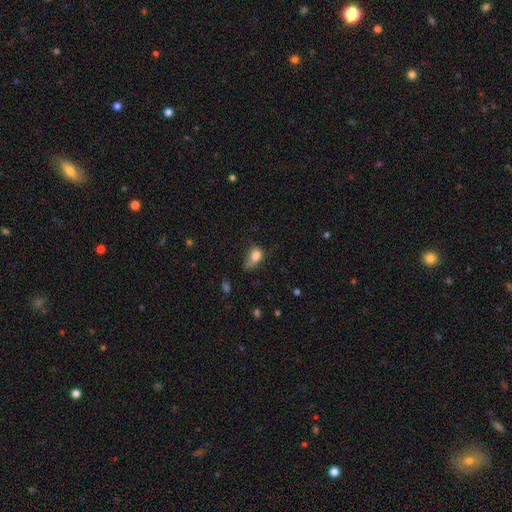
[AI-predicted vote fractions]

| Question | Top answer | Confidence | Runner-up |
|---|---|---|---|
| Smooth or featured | smooth | 80% | star or artifact (10%) |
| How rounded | in between | 73% | round (24%) |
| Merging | minor disturbance | 40% | none (31%) |